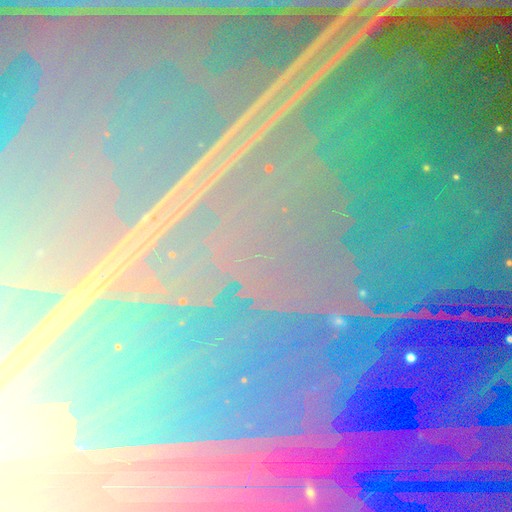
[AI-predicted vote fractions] smooth_or_featured: star or artifact (p=0.88) [alt: featured or disk p=0.07]